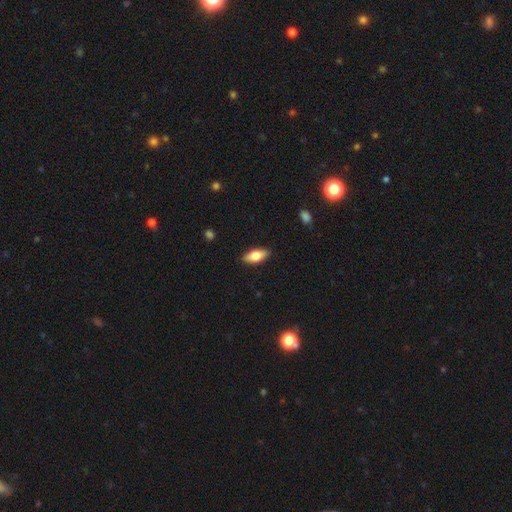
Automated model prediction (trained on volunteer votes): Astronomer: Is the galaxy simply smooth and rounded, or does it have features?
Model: smooth — 77%.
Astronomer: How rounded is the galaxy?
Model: in between — 85%.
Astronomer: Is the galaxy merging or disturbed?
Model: none — 88%.